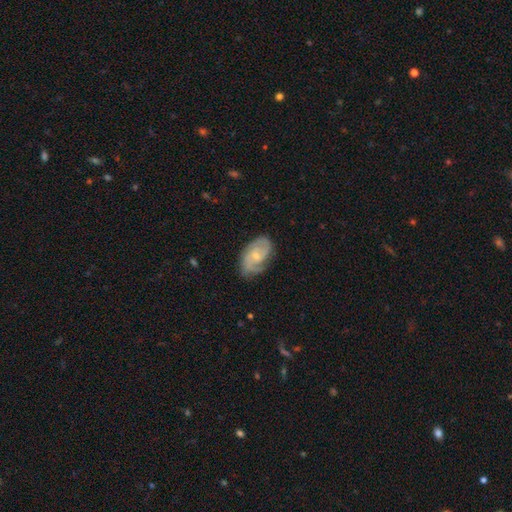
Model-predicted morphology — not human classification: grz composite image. It shows a featured or disk galaxy (78%) with no bar (61%), 2 (64%) medium (44%) spiral arms (94%) and a small central bulge (61%). Merging: none (72%).